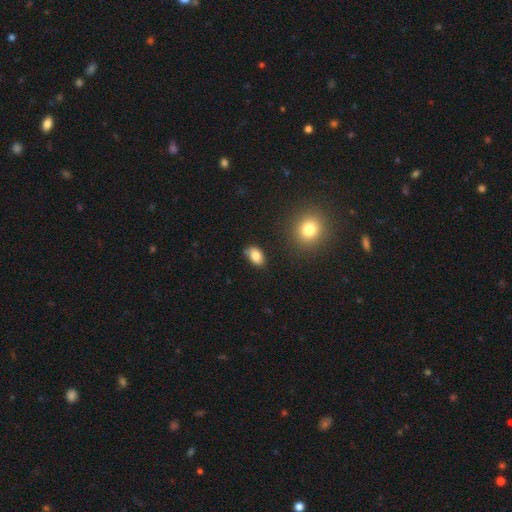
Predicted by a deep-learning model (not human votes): Q: Smooth or featured?
A: smooth (83%); runner-up: star or artifact (9%)
Q: How rounded?
A: in between (89%); runner-up: round (9%)
Q: Merging?
A: none (74%); runner-up: minor disturbance (18%)